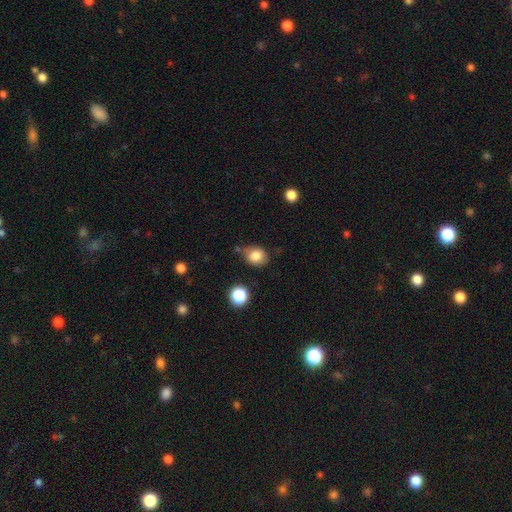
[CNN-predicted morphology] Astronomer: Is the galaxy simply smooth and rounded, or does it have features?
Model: smooth — 82%.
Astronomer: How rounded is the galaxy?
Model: round — 52% (runner-up: in between, 47%).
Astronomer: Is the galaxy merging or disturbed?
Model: none — 66%.